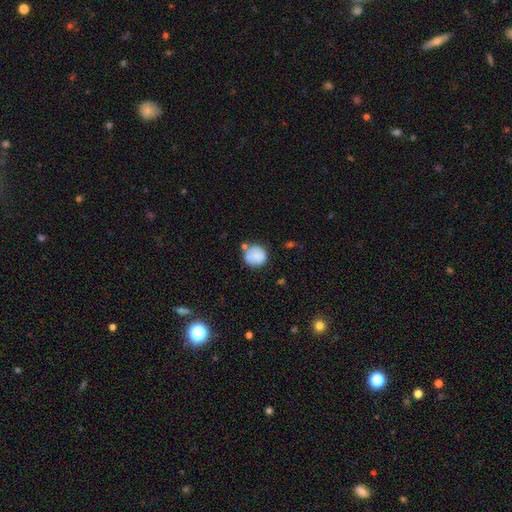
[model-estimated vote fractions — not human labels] smooth-or-featured: smooth: 84% | featured or disk: 8% | star or artifact: 8%
  how-rounded: round: 89% | in between: 10% | cigar-shaped: 1%
  merging: none: 68% | minor disturbance: 18% | merger: 10% | major disturbance: 5%